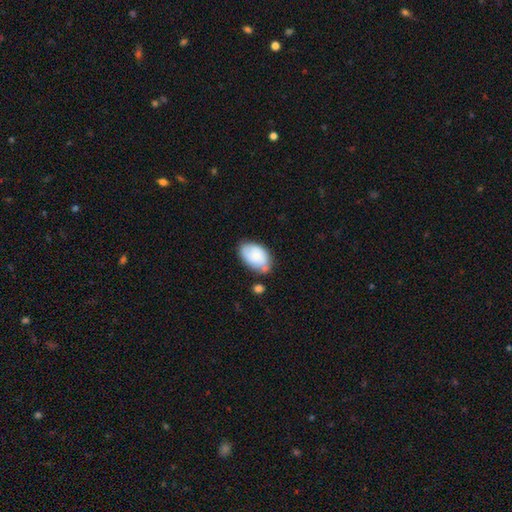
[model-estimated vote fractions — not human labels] A smooth galaxy with no disk features (71%) that is in between round and cigar-shaped (92%).

Vote fractions:
- Smooth or featured? smooth: 71% / featured or disk: 22% / star or artifact: 7%
- How rounded? in between: 92% / round: 7% / cigar-shaped: 1%
- Merging? none: 60% / minor disturbance: 25% / merger: 9% / major disturbance: 6%